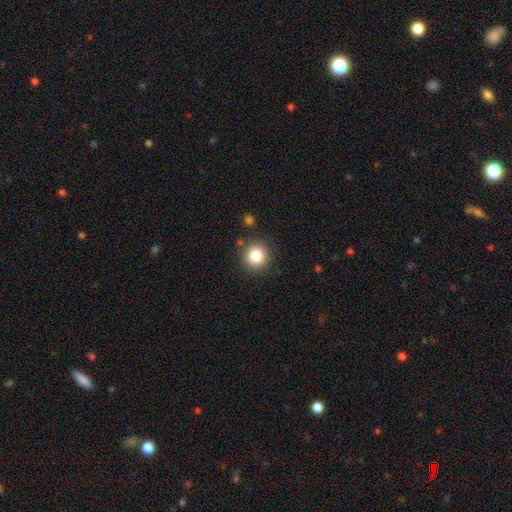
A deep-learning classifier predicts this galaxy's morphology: A smooth galaxy with no disk features (82%) that is round (92%).

Vote fractions:
- Smooth or featured? smooth: 82% / star or artifact: 11% / featured or disk: 7%
- How rounded? round: 92% / in between: 7% / cigar-shaped: 1%
- Merging? none: 88% / minor disturbance: 7% / merger: 3% / major disturbance: 2%